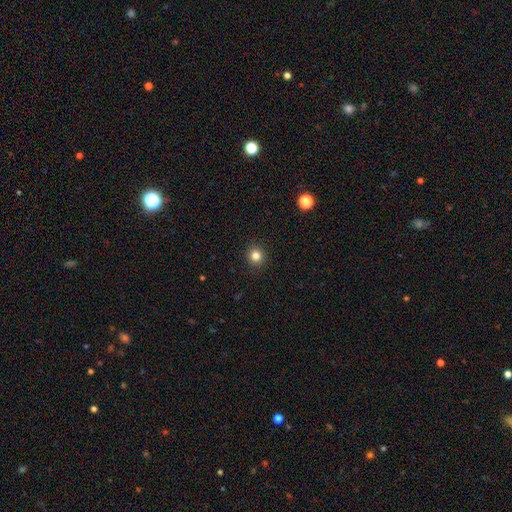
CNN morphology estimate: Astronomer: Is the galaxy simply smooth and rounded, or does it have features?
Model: smooth — 82%.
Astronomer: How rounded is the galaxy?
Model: round — 92%.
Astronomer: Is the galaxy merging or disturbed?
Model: none — 92%.